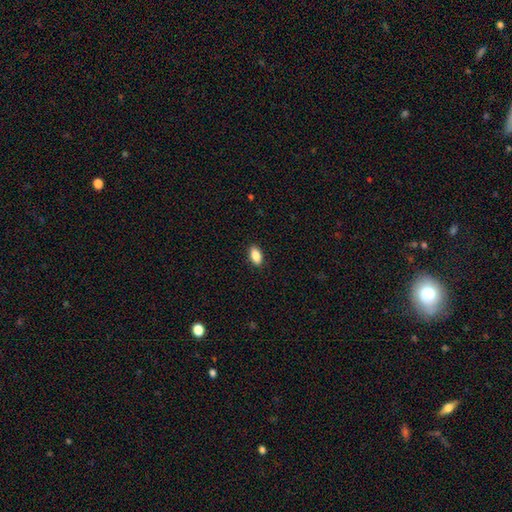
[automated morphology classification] A smooth galaxy with no disk features (87%) that is in between round and cigar-shaped (89%).

Vote fractions:
- Smooth or featured? smooth: 87% / star or artifact: 7% / featured or disk: 6%
- How rounded? in between: 89% / cigar-shaped: 7% / round: 4%
- Merging? none: 89% / minor disturbance: 8% / major disturbance: 2% / merger: 1%